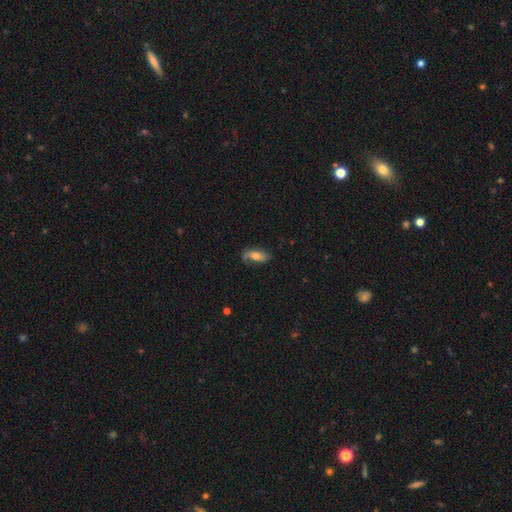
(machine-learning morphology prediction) smooth_or_featured: smooth (p=0.48) [alt: featured or disk p=0.44]
merging: none (p=0.63) [alt: minor disturbance p=0.25]